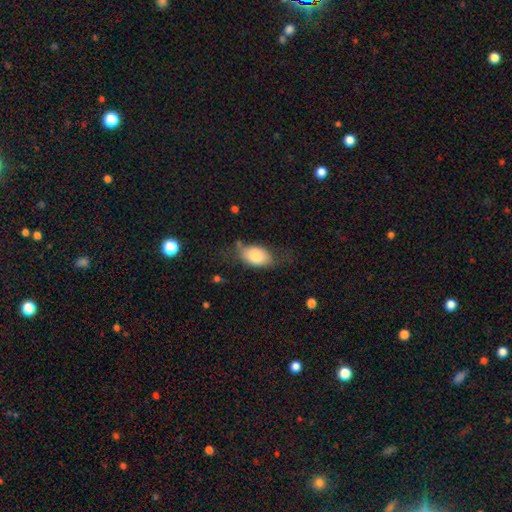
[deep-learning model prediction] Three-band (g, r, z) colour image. It shows a smooth galaxy with no disk features (79%) that is in between round and cigar-shaped (89%). Merging: none (54%).